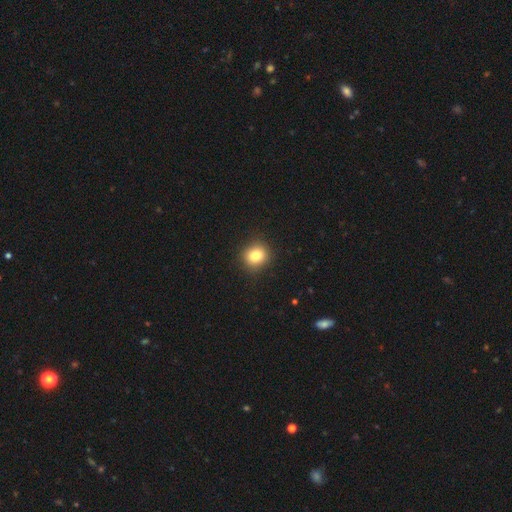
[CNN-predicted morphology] Smooth or featured? Predicted: smooth (p=0.83). How rounded? Predicted: round (p=0.81). Merging? Predicted: none (p=0.90).